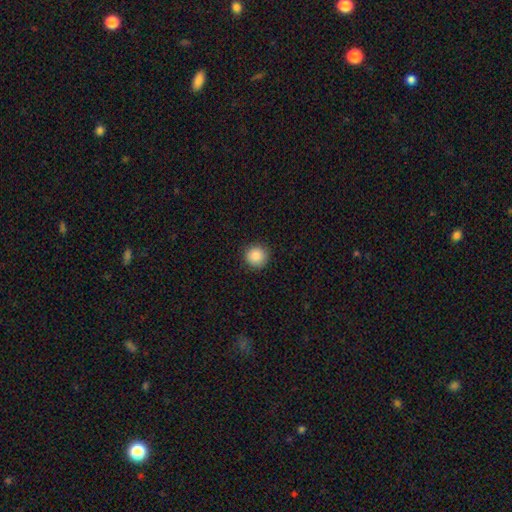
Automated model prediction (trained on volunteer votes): The model was most divided on "smooth or featured": smooth: 87%, star or artifact: 9%, featured or disk: 4%. More confident: how rounded — round (94%); merging — none (91%).